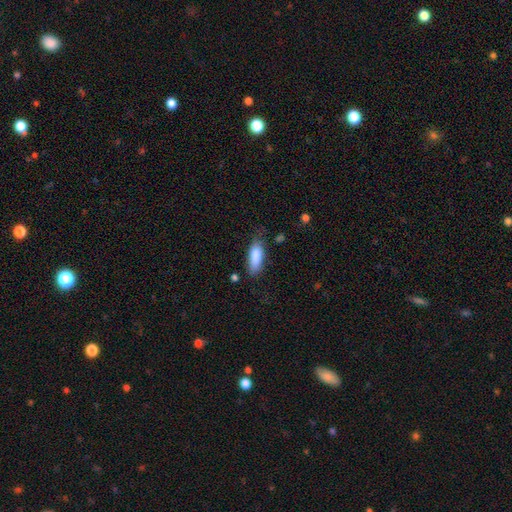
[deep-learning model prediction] Smooth or featured: smooth — 85% (featured or disk — 9%)
How rounded: in between — 69% (cigar-shaped — 29%)
Merging: none — 60% (minor disturbance — 29%)